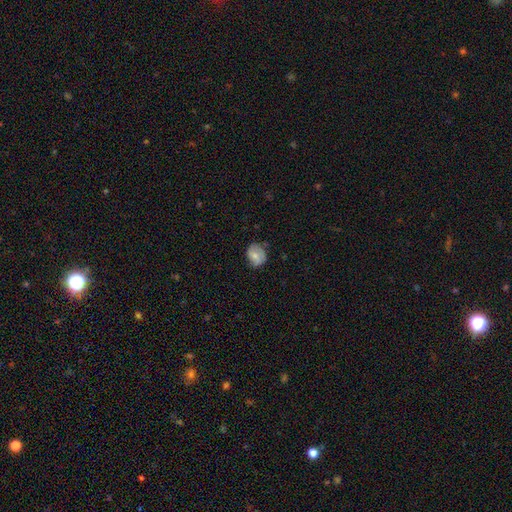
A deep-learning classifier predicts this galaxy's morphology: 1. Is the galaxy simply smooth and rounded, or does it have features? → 65% smooth, 28% featured or disk, 8% star or artifact.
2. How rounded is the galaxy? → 57% round, 42% in between, 1% cigar-shaped.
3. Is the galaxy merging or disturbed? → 59% none, 31% minor disturbance, 8% major disturbance, 2% merger.